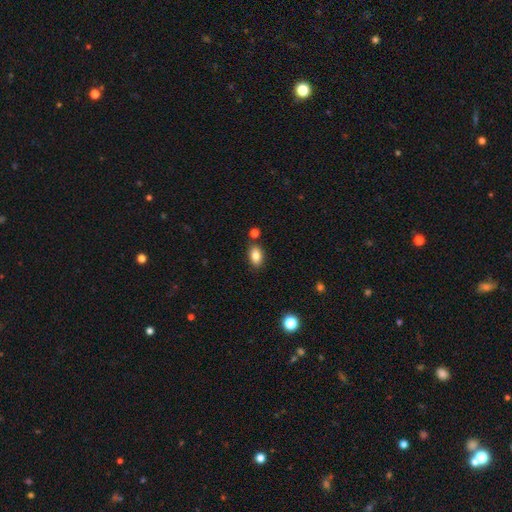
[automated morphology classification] smooth 84%, star or artifact 9%, featured or disk 8%. Down the decision tree: how rounded — in between (89%); merging — none (78%).